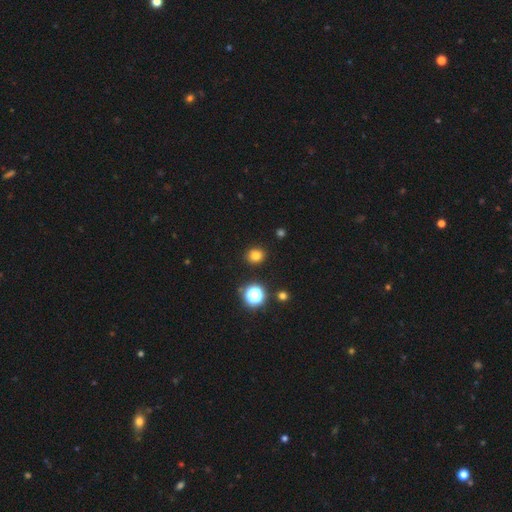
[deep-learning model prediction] Overall: smooth (77%). How rounded: round (80%). Merging: none (90%).